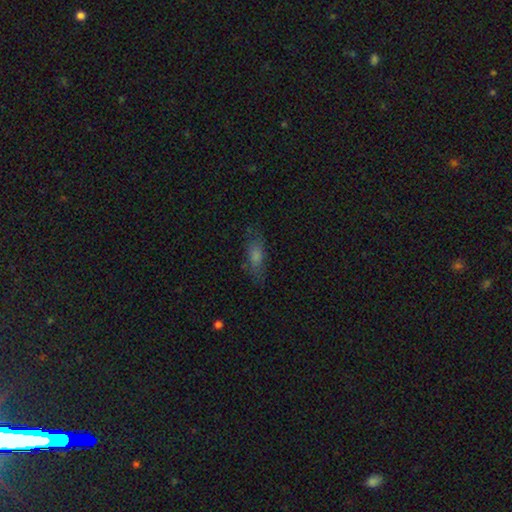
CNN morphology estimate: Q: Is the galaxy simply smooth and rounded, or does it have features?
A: smooth — 58%.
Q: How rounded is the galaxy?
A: in between — 54%.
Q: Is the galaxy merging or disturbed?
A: none — 77%.